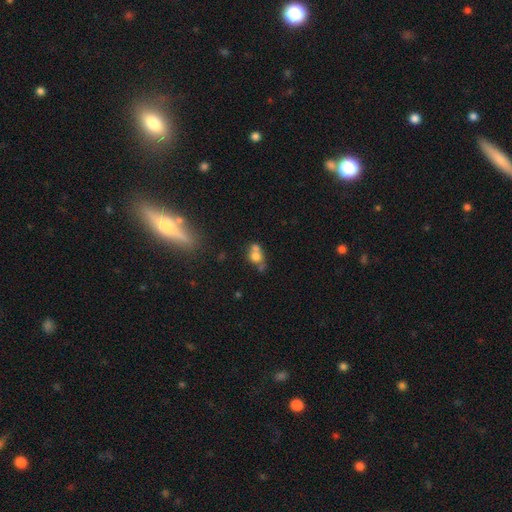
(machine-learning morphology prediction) Smooth or featured: smooth — 66% (featured or disk — 21%)
How rounded: round — 56% (in between — 41%)
Merging: merger — 48% (none — 32%)